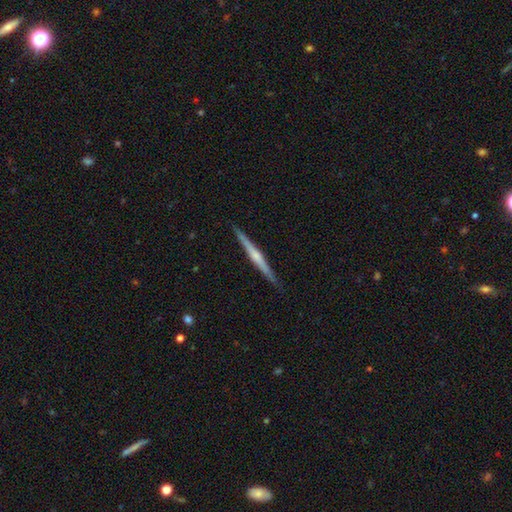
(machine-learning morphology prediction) Q: Smooth or featured?
A: featured or disk (72%); runner-up: smooth (22%)
Q: Edge-on disk?
A: yes (98%); runner-up: no (2%)
Q: Edge-on bulge?
A: rounded (66%); runner-up: none (25%)
Q: Merging?
A: none (91%); runner-up: minor disturbance (6%)